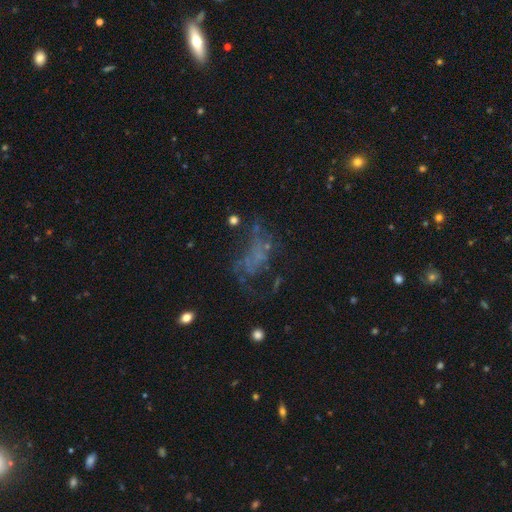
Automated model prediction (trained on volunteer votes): Overall: featured or disk (50%; star or artifact 26%). Merging: major disturbance (42%; none 34%).